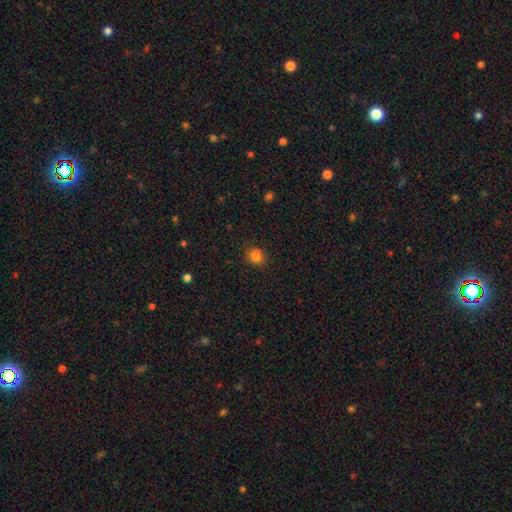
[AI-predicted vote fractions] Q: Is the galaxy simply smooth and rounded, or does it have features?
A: smooth — 80%.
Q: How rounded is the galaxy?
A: round — 60%.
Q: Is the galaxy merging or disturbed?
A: none — 70%.